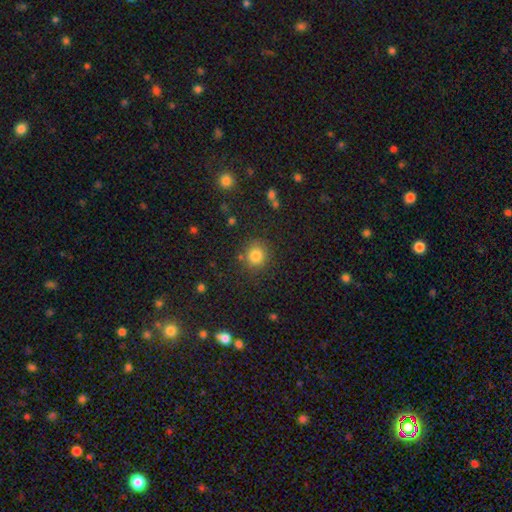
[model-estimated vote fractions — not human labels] Morphology: type=smooth (81%); roundness=round (90%); merging=none (83%).